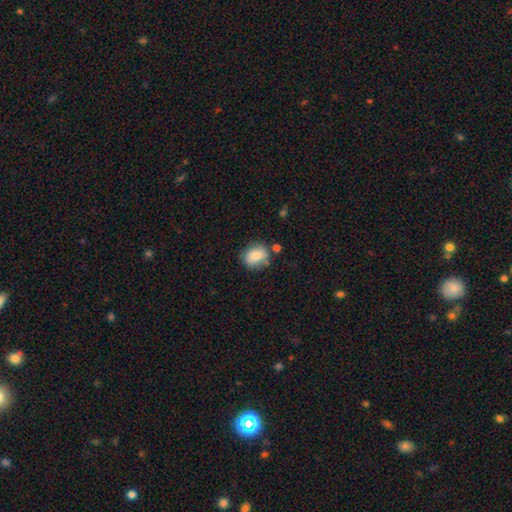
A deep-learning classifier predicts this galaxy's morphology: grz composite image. It shows a smooth galaxy with no disk features (82%) that is in between round and cigar-shaped (58%). Merging: none (67%).